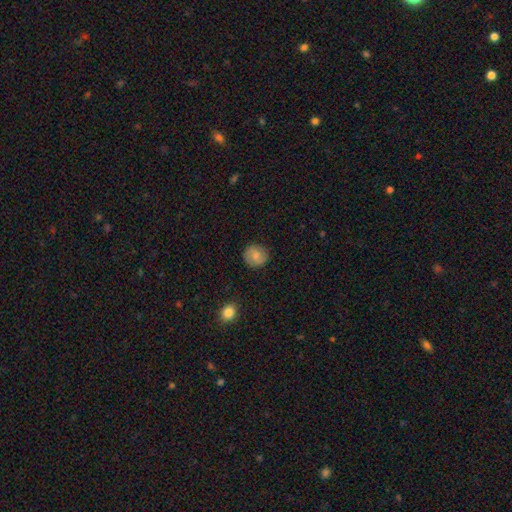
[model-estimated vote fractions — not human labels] Smooth or featured?
  - smooth: 78% *
  - featured or disk: 14%
  - star or artifact: 8%
How rounded?
  - round: 87% *
  - in between: 12%
  - cigar-shaped: 1%
Merging?
  - none: 86% *
  - minor disturbance: 10%
  - major disturbance: 2%
  - merger: 1%